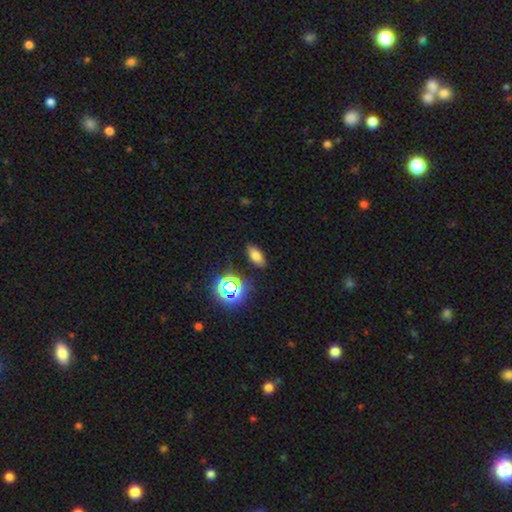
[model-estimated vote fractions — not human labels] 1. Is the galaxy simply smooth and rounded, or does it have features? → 71% smooth, 20% star or artifact, 9% featured or disk.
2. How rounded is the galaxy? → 85% in between, 8% cigar-shaped, 6% round.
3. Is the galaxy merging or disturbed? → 86% none, 10% minor disturbance, 3% major disturbance, 2% merger.